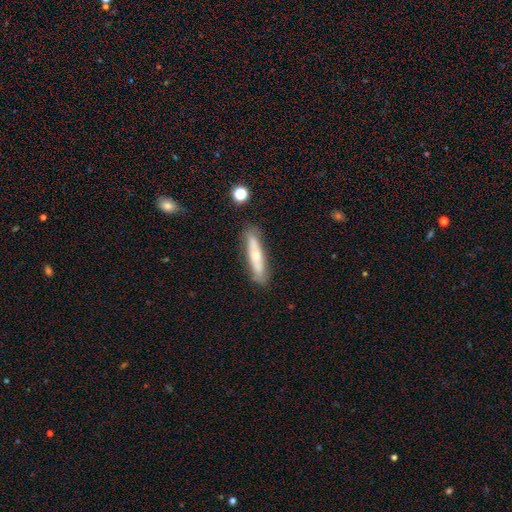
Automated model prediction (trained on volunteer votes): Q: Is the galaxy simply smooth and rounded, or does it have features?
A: smooth — 50%.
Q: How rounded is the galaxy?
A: cigar-shaped — 83%.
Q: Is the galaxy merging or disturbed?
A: none — 81%.